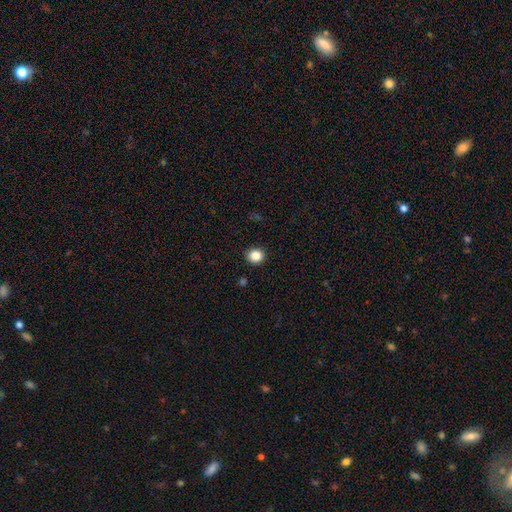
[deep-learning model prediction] Smooth or featured: smooth — 85% (star or artifact — 11%)
How rounded: round — 85% (in between — 14%)
Merging: none — 91% (minor disturbance — 6%)